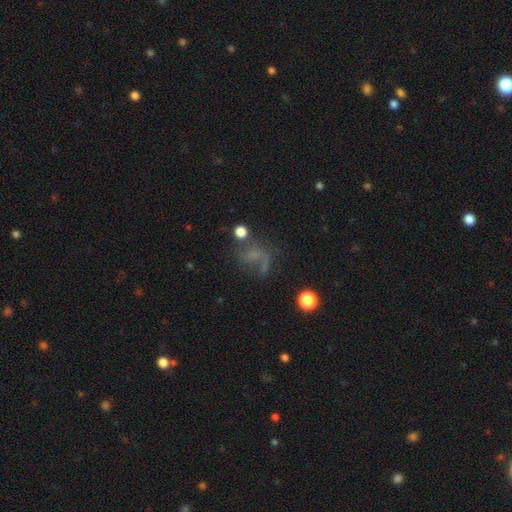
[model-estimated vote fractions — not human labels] Smooth or featured?
  - featured or disk: 37% *
  - smooth: 32%
  - star or artifact: 31%
Merging?
  - none: 40% *
  - major disturbance: 33%
  - minor disturbance: 17%
  - merger: 10%